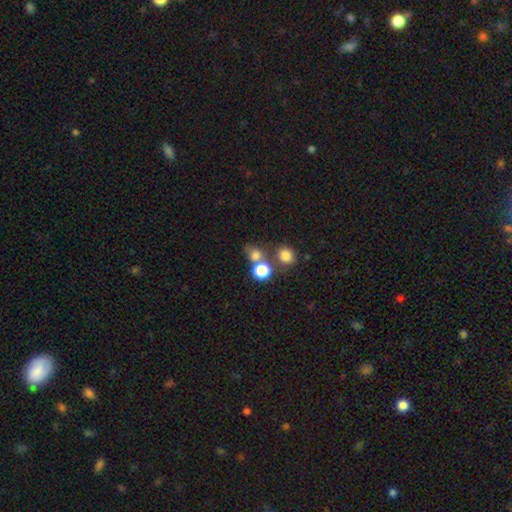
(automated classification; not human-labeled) A smooth galaxy with no disk features (73%) that is round (74%).

Vote fractions:
- Smooth or featured? smooth: 73% / star or artifact: 18% / featured or disk: 9%
- How rounded? round: 74% / in between: 25% / cigar-shaped: 1%
- Merging? none: 52% / merger: 32% / minor disturbance: 10% / major disturbance: 6%